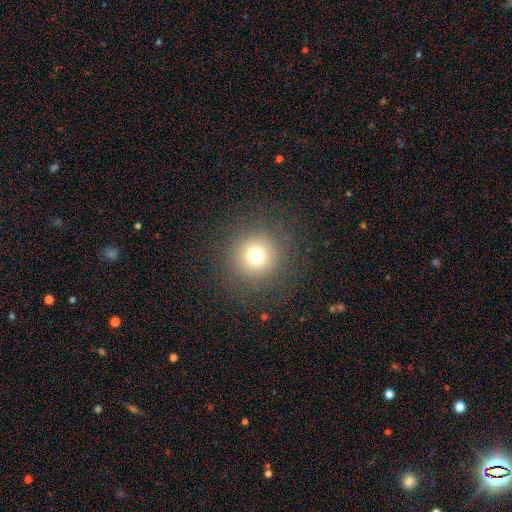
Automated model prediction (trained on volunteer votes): A smooth galaxy with no disk features (73%) that is round (95%). Merging: none (87%).